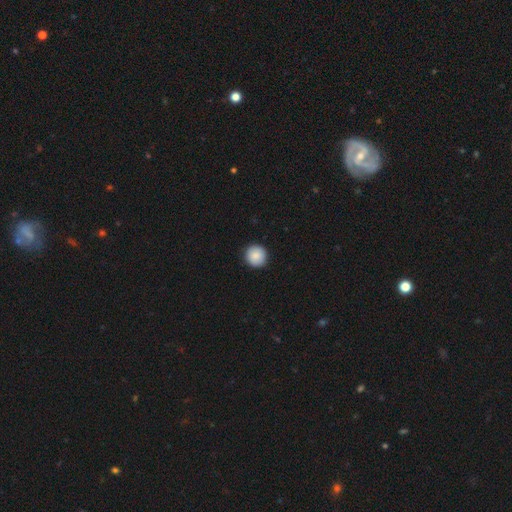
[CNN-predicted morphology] Smooth or featured? Predicted: smooth (p=0.88). How rounded? Predicted: round (p=0.95). Merging? Predicted: none (p=0.92).